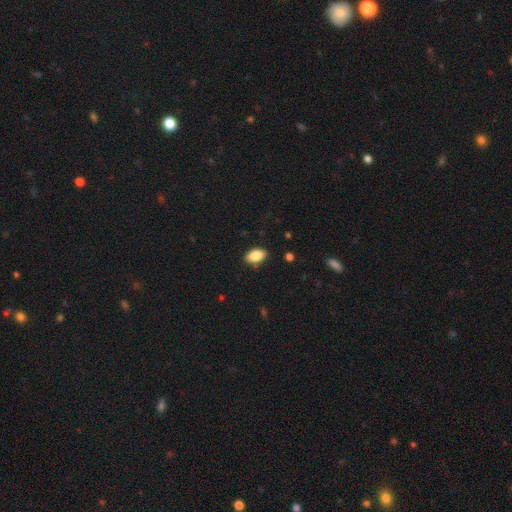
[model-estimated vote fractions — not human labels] This appears to be a smooth galaxy with no disk features (86%) that is in between round and cigar-shaped (92%). Merging: none (86%).